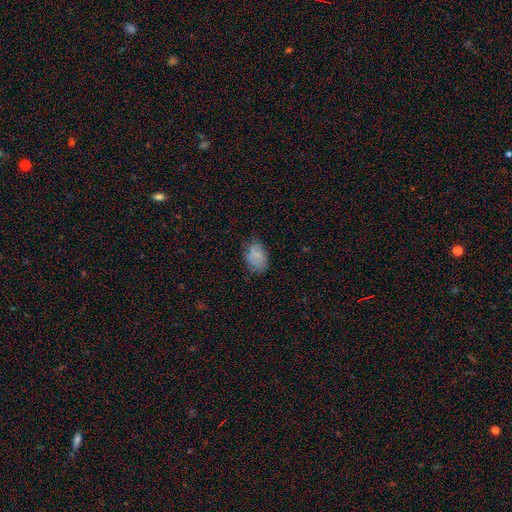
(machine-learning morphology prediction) This is likely a smooth galaxy (75%). How rounded: clearly in between (86%). Merging: likely none (70%).